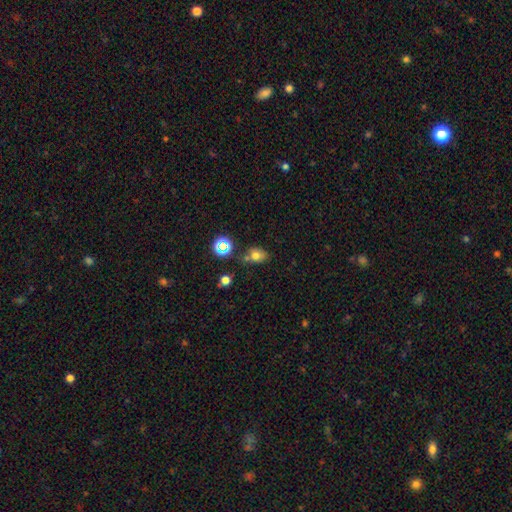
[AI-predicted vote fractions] A smooth galaxy with no disk features (68%) that is in between round and cigar-shaped (58%). Merging: none (60%).